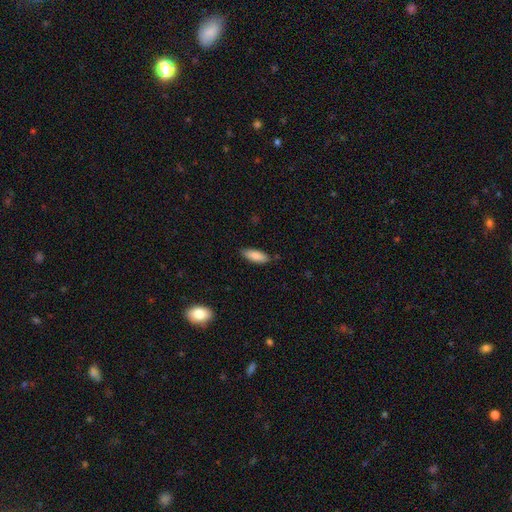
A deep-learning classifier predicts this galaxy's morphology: Smooth or featured? smooth (87%)
How rounded? in between (66%)
Merging? none (84%)